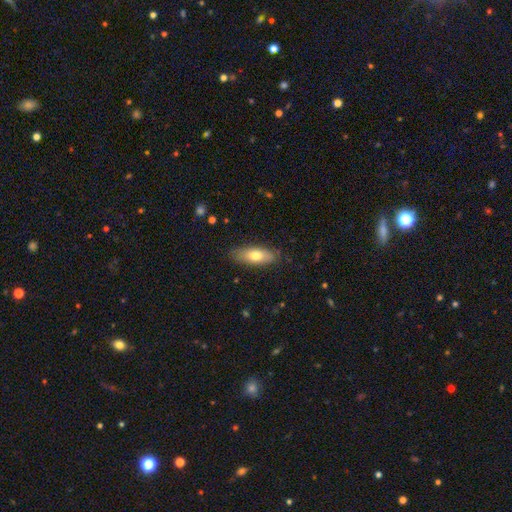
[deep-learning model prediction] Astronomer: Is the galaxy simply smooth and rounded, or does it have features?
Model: smooth — 71%.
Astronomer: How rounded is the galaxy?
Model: in between — 72%.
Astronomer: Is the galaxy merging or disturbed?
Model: none — 83%.